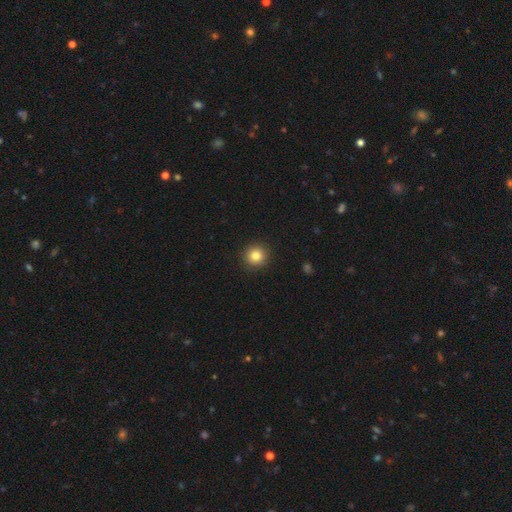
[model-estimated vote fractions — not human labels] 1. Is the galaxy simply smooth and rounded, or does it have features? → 83% smooth, 11% star or artifact, 6% featured or disk.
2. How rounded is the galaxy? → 93% round, 6% in between, 1% cigar-shaped.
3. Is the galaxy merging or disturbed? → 92% none, 5% minor disturbance, 2% major disturbance, 1% merger.